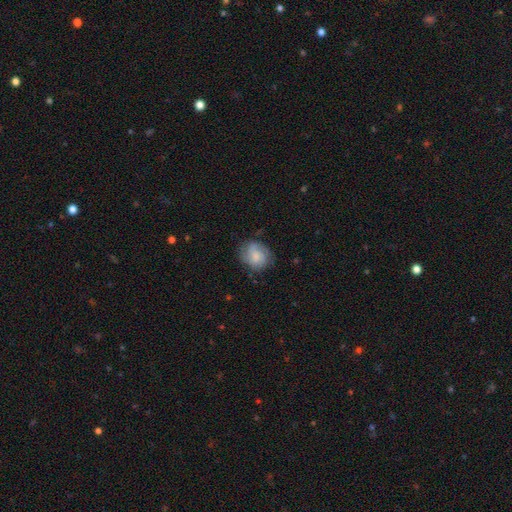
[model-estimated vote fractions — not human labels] featured or disk 52%, smooth 41%, star or artifact 7%. Down the decision tree: edge-on disk — no (98%); bar — no (58%); spiral arms — yes (89%); bulge size — small (49%); merging — none (73%).